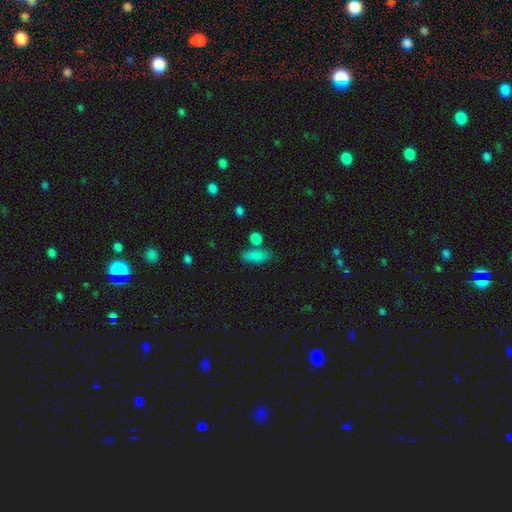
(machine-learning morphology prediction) The model was most divided on "how rounded": in between: 69%, cigar-shaped: 26%, round: 5%. More confident: smooth or featured — smooth (84%); merging — none (63%).